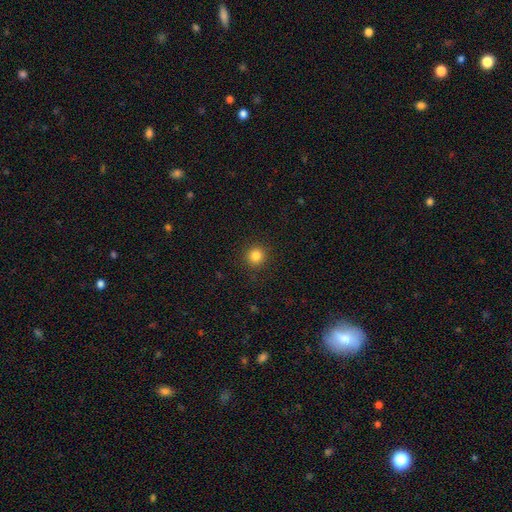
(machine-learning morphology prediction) A smooth galaxy with no disk features (84%) that is round (93%).

Vote fractions:
- Smooth or featured? smooth: 84% / star or artifact: 12% / featured or disk: 4%
- How rounded? round: 93% / in between: 6% / cigar-shaped: 1%
- Merging? none: 92% / minor disturbance: 5% / major disturbance: 2% / merger: 1%